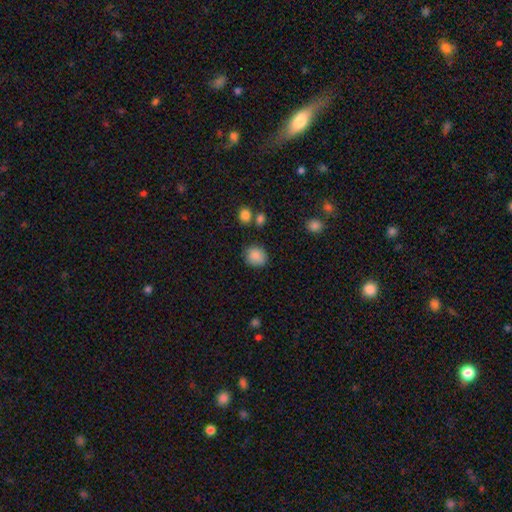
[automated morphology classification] Smooth or featured?
  - smooth: 86% *
  - star or artifact: 9%
  - featured or disk: 5%
How rounded?
  - round: 72% *
  - in between: 27%
  - cigar-shaped: 1%
Merging?
  - none: 80% *
  - minor disturbance: 14%
  - major disturbance: 3%
  - merger: 3%